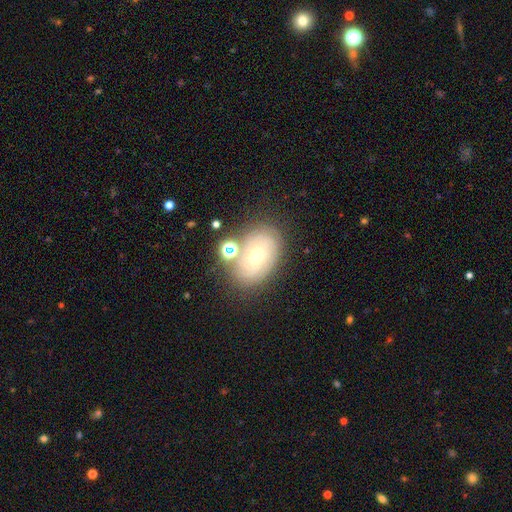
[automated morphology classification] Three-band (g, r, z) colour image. It shows a featured or disk galaxy (58%) with no bar (81%), spiral arms (76%) and a small central bulge (49%). Merging: none (67%).